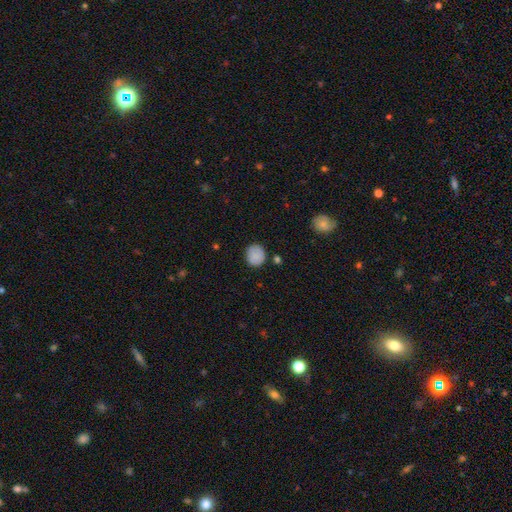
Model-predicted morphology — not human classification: smooth 84%, star or artifact 8%, featured or disk 7%. Down the decision tree: how rounded — round (78%); merging — none (81%).